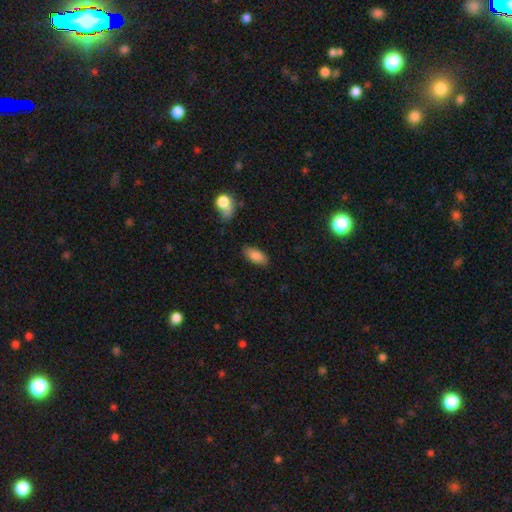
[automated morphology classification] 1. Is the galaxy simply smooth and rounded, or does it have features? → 81% smooth, 11% featured or disk, 8% star or artifact.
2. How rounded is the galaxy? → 88% in between, 9% cigar-shaped, 3% round.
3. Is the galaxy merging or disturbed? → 80% none, 14% minor disturbance, 3% major disturbance, 2% merger.